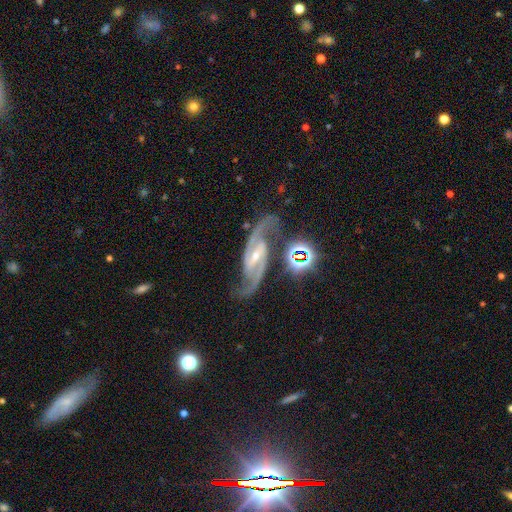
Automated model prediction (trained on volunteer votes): A featured or disk galaxy (91%) with a strong bar (50%), 2 (94%) medium (62%) spiral arms (98%) and a small central bulge (65%). Merging: none (78%).